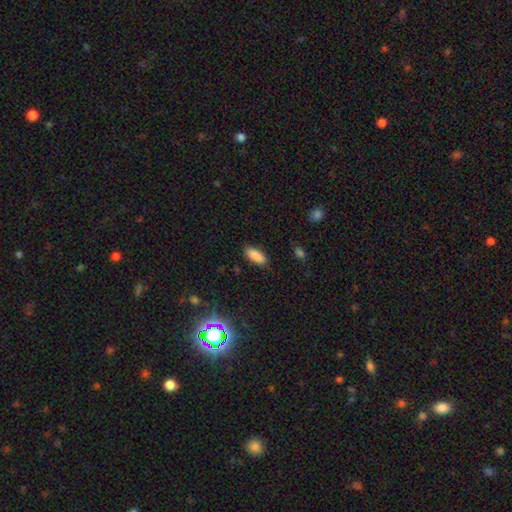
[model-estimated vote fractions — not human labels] The model was most divided on "how rounded": in between: 80%, cigar-shaped: 18%, round: 2%. More confident: smooth or featured — smooth (87%); merging — none (86%).